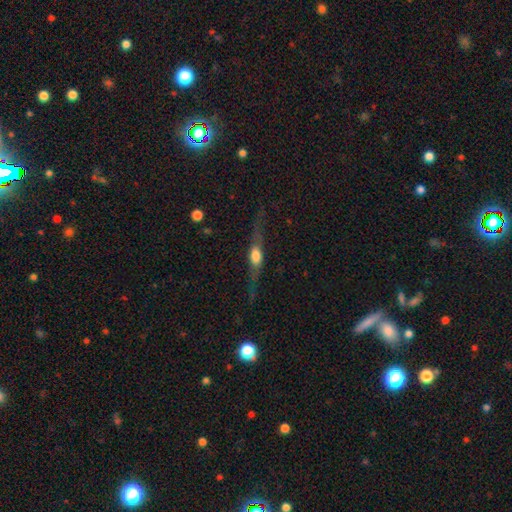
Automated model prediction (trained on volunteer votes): Smooth or featured? Predicted: featured or disk (p=0.67). Edge-on disk? Predicted: yes (p=0.89). Edge-on bulge? Predicted: rounded (p=0.83). Merging? Predicted: none (p=0.76).